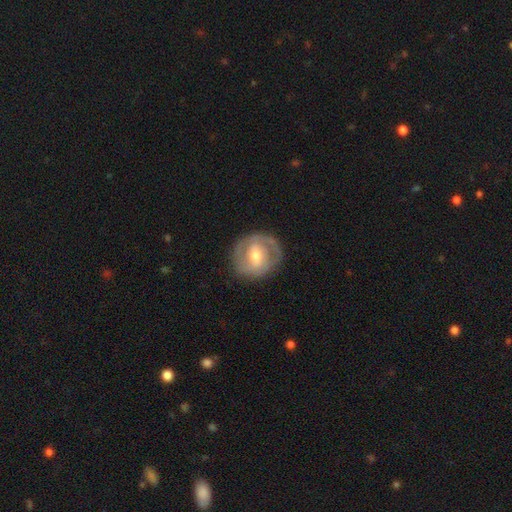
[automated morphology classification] smooth_or_featured: featured or disk (p=0.68) [alt: smooth p=0.27]
disk_edge_on: no (p=0.97) [alt: yes p=0.03]
bar: weak (p=0.49) [alt: no p=0.29]
has_spiral_arms: yes (p=0.75) [alt: no p=0.25]
bulge_size: moderate (p=0.67) [alt: small p=0.25]
merging: none (p=0.81) [alt: minor disturbance p=0.13]